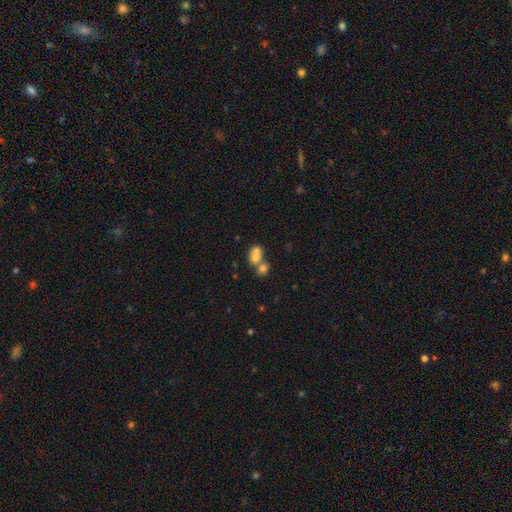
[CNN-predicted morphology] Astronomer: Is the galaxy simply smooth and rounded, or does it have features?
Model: smooth — 70%.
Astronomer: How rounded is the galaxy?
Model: in between — 51% (runner-up: round, 47%).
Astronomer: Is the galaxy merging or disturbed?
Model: merger — 68%.